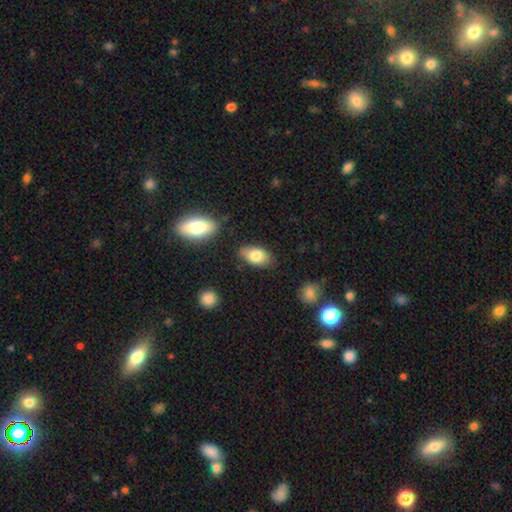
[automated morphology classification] Smooth or featured: smooth — 81% (featured or disk — 12%)
How rounded: in between — 92% (round — 6%)
Merging: none — 78% (minor disturbance — 16%)